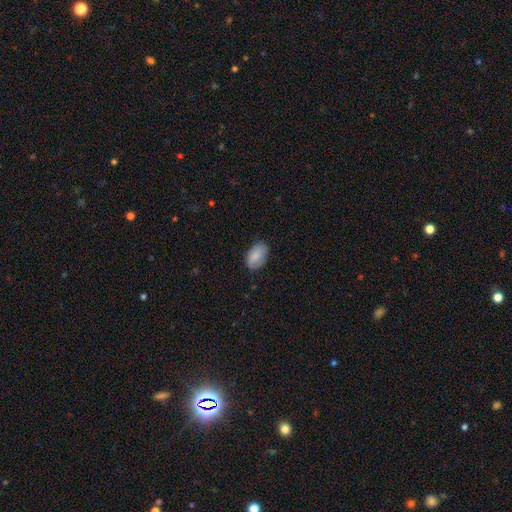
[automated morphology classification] smooth 85%, featured or disk 8%, star or artifact 7%. Down the decision tree: how rounded — in between (92%); merging — none (78%).